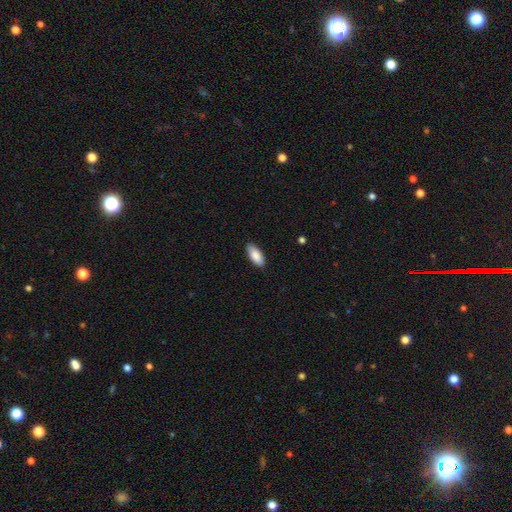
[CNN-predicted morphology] smooth_or_featured: smooth (p=0.88) [alt: featured or disk p=0.06]
how_rounded: in between (p=0.88) [alt: cigar-shaped p=0.10]
merging: none (p=0.87) [alt: minor disturbance p=0.10]